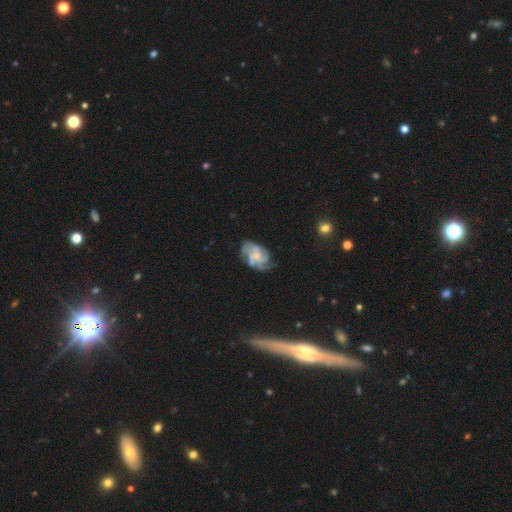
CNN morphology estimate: A featured or disk galaxy (76%) with no bar (64%), 3 (32%) medium (44%) spiral arms (93%) and no central bulge (36%). Merging: none (65%).